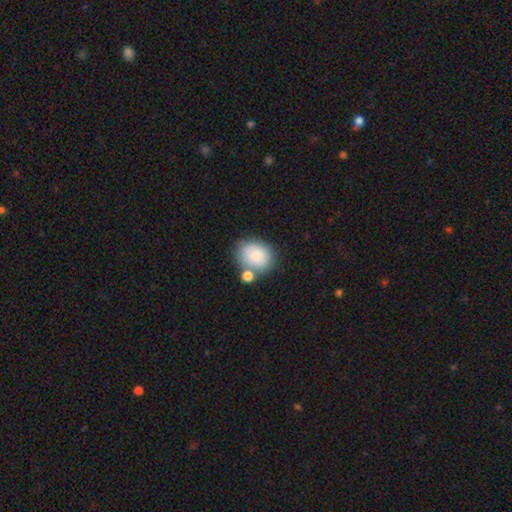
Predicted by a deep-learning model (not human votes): Smooth or featured? smooth (82%)
How rounded? in between (55%)
Merging? none (61%)